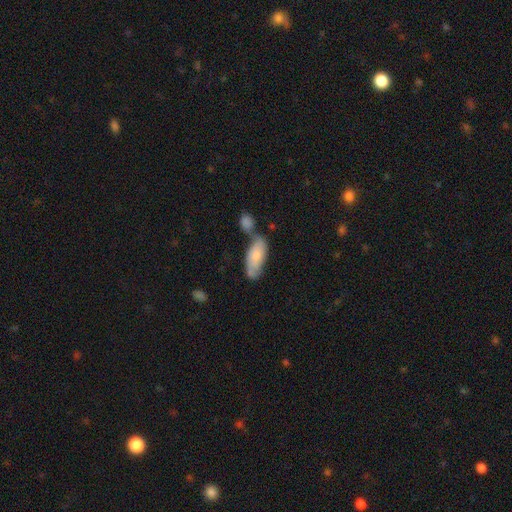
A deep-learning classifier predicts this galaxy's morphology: Smooth or featured? smooth (64%)
How rounded? in between (84%)
Merging? merger (41%)